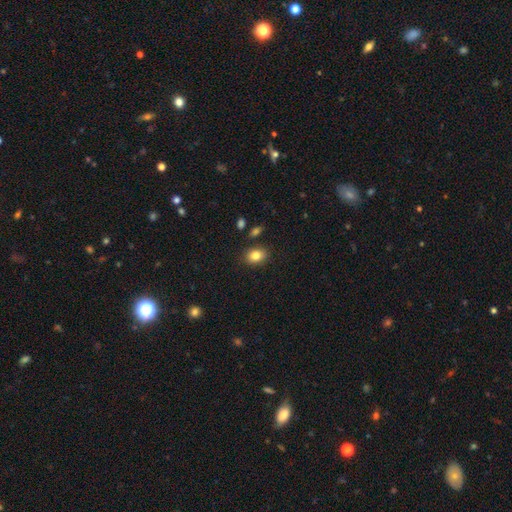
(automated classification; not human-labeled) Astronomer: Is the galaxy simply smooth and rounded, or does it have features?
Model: smooth — 83%.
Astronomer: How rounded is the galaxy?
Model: in between — 64%.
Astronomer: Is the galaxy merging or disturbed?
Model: none — 85%.